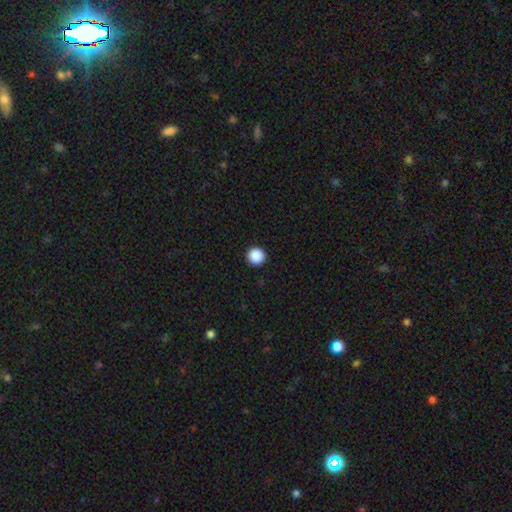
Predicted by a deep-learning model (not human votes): This appears to be a smooth galaxy with no disk features (88%) that is round (96%). Merging: none (93%).